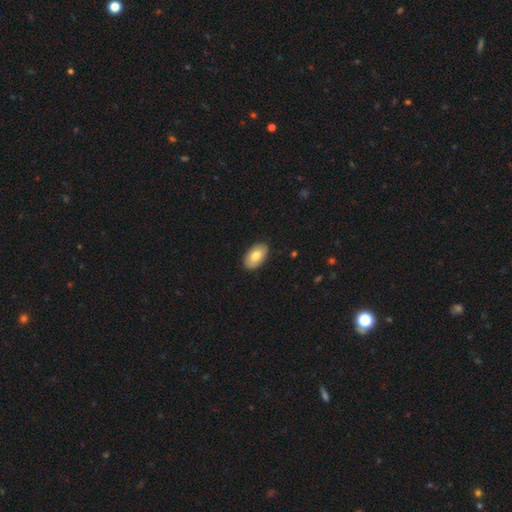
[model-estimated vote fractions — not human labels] The model was most divided on "smooth or featured": smooth: 77%, featured or disk: 17%, star or artifact: 6%. More confident: how rounded — in between (94%); merging — none (86%).